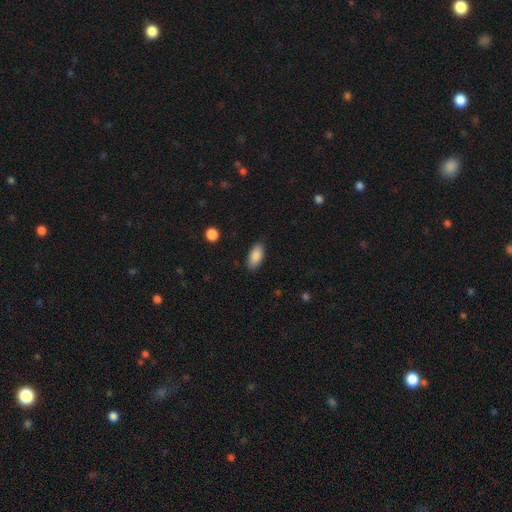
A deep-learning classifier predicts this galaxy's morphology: A smooth galaxy with no disk features (88%) that is in between round and cigar-shaped (91%).

Vote fractions:
- Smooth or featured? smooth: 88% / star or artifact: 7% / featured or disk: 6%
- How rounded? in between: 91% / cigar-shaped: 7% / round: 2%
- Merging? none: 87% / minor disturbance: 10% / major disturbance: 2% / merger: 1%